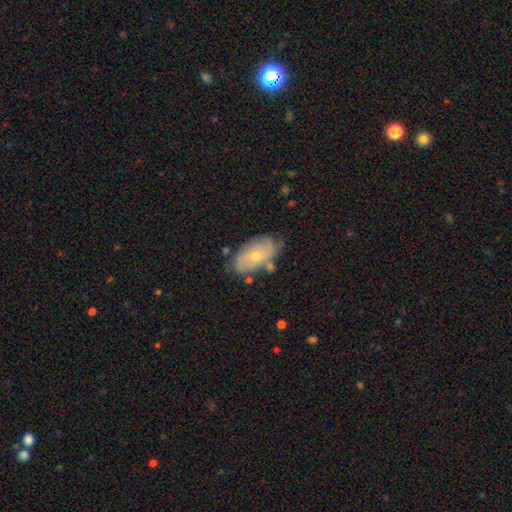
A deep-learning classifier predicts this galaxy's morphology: Smooth or featured? Predicted: smooth (p=0.47). Merging? Predicted: none (p=0.65).